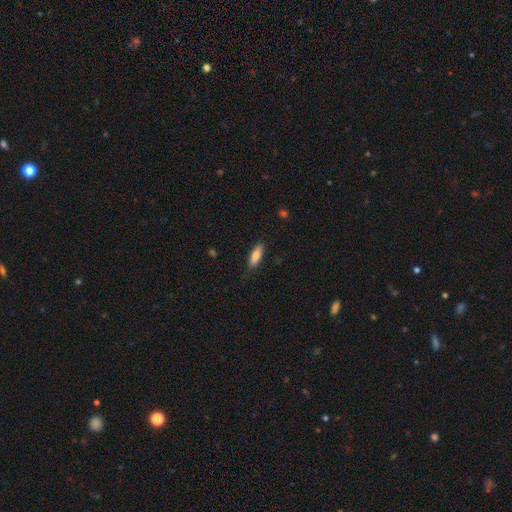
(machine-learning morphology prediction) The model was most divided on "how rounded": in between: 59%, cigar-shaped: 39%, round: 2%. More confident: smooth or featured — smooth (81%); merging — none (80%).